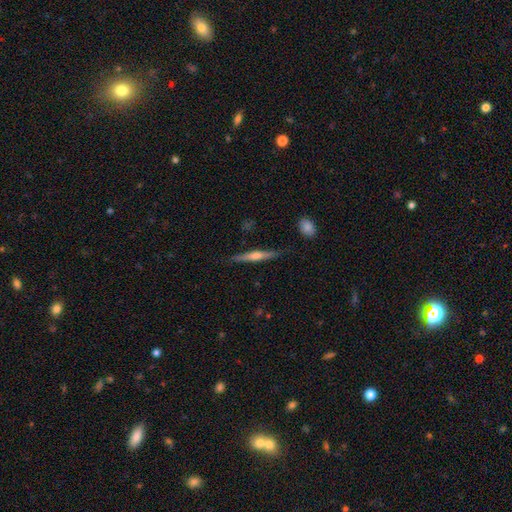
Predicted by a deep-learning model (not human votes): Smooth or featured: featured or disk — 65% (smooth — 28%)
Edge-on disk: yes — 97% (no — 3%)
Edge-on bulge: rounded — 83% (none — 9%)
Merging: none — 87% (minor disturbance — 10%)